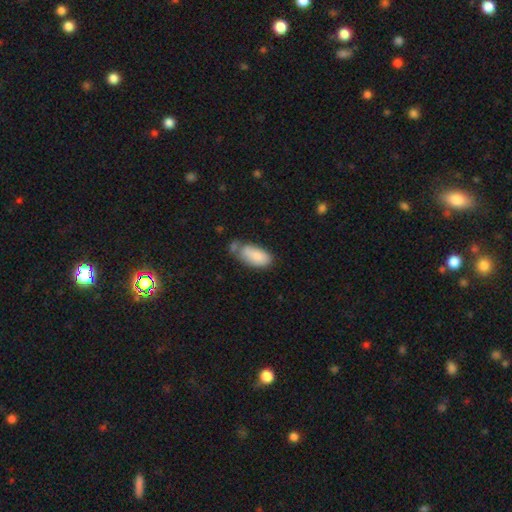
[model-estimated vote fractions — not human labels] Overall: smooth (82%). How rounded: in between (92%). Merging: none (42%; minor disturbance 28%).